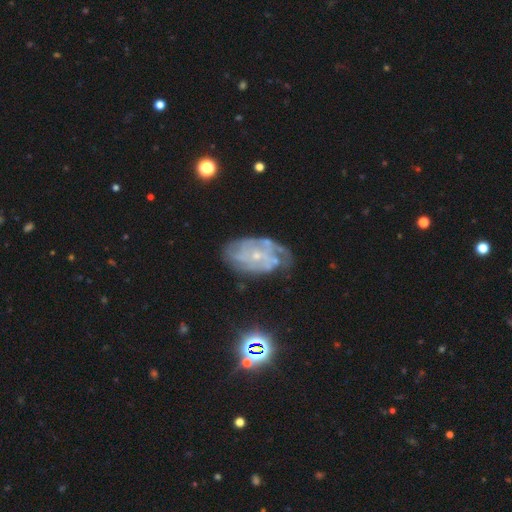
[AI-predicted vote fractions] Q: Smooth or featured?
A: featured or disk (76%); runner-up: smooth (14%)
Q: Edge-on disk?
A: no (96%); runner-up: yes (4%)
Q: Bar?
A: no (76%); runner-up: weak (20%)
Q: Spiral arms?
A: yes (80%); runner-up: no (20%)
Q: Spiral winding?
A: tight (60%); runner-up: medium (30%)
Q: Spiral arm count?
A: can't tell (53%); runner-up: 2 (15%)
Q: Bulge size?
A: small (79%); runner-up: moderate (16%)
Q: Merging?
A: none (57%); runner-up: minor disturbance (27%)